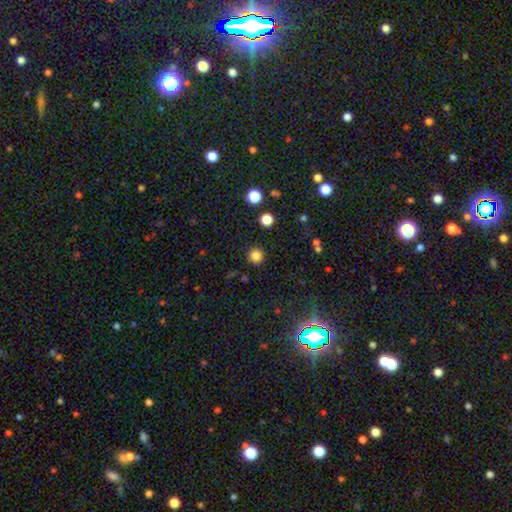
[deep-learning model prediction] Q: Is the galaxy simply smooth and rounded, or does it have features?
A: smooth — 83%.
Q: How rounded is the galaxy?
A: round — 95%.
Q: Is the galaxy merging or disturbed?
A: none — 92%.